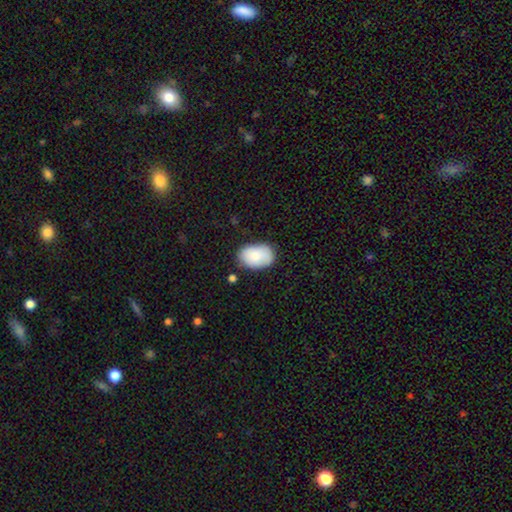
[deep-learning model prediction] smooth 85%, featured or disk 9%, star or artifact 6%. Down the decision tree: how rounded — in between (88%); merging — none (75%).